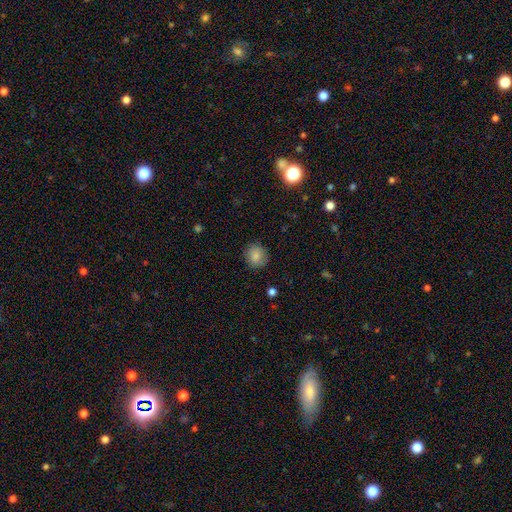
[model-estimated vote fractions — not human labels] Smooth or featured? Predicted: smooth (p=0.84). How rounded? Predicted: round (p=0.86). Merging? Predicted: none (p=0.87).